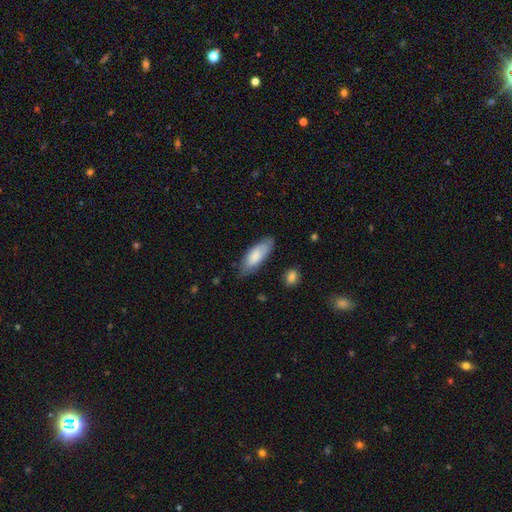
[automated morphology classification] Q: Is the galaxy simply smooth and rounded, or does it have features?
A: smooth — 78%.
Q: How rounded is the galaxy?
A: in between — 72%.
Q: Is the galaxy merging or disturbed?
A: none — 71%.